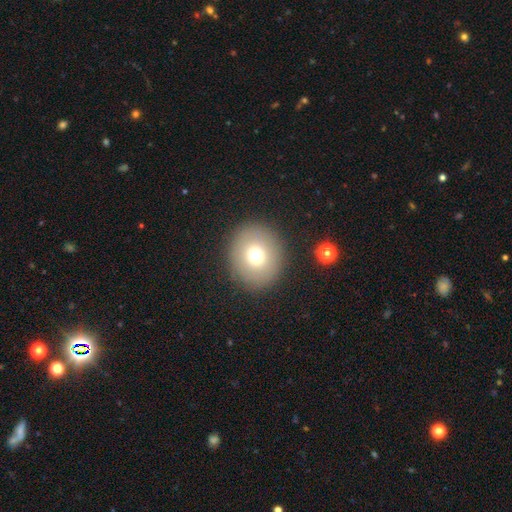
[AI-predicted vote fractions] Q: Smooth or featured?
A: smooth (72%); runner-up: featured or disk (15%)
Q: How rounded?
A: round (80%); runner-up: in between (19%)
Q: Merging?
A: none (88%); runner-up: minor disturbance (7%)